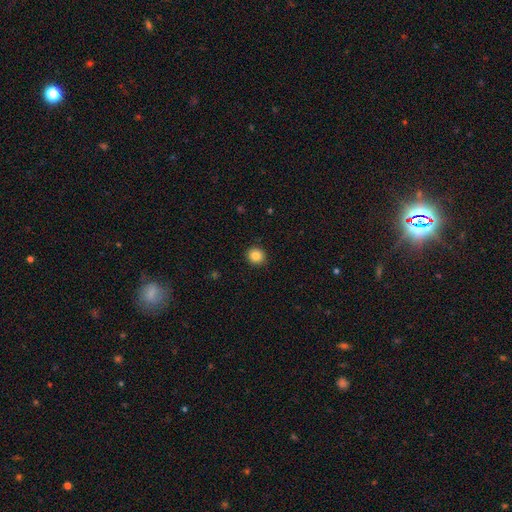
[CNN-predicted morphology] This appears to be a smooth galaxy with no disk features (84%) that is round (91%). Merging: none (92%).